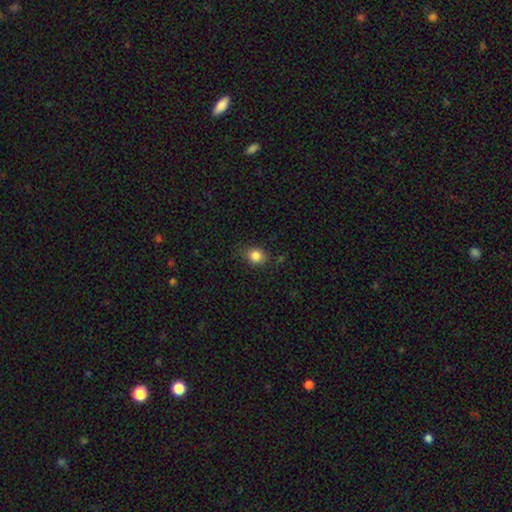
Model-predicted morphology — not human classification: smooth-or-featured: smooth: 84% | star or artifact: 11% | featured or disk: 5%
  how-rounded: round: 61% | in between: 38% | cigar-shaped: 1%
  merging: none: 78% | minor disturbance: 16% | major disturbance: 4% | merger: 2%